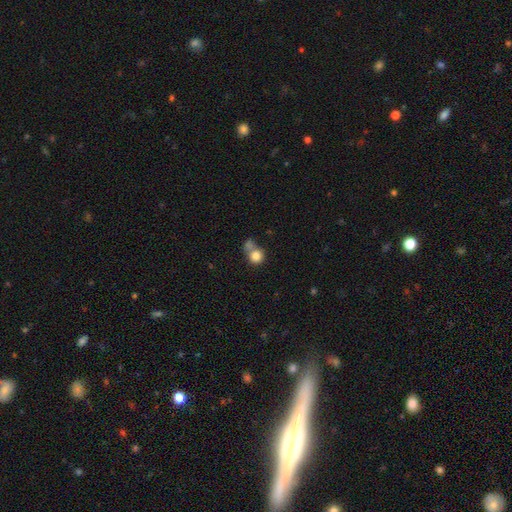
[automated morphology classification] smooth-or-featured: smooth: 81% | star or artifact: 10% | featured or disk: 9%
  how-rounded: round: 84% | in between: 15% | cigar-shaped: 1%
  merging: merger: 42% | none: 41% | minor disturbance: 11% | major disturbance: 6%